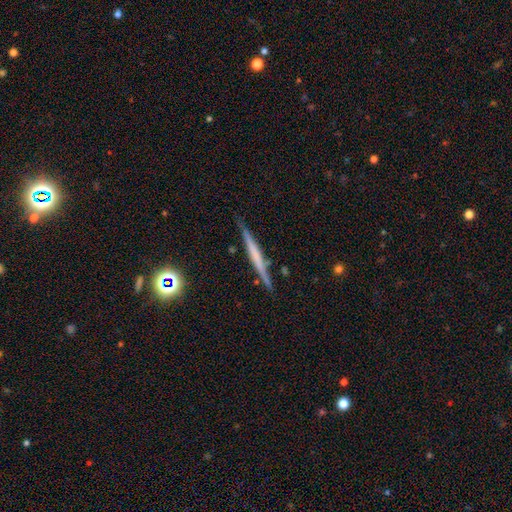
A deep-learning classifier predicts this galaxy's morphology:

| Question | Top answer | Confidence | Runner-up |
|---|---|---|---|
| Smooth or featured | featured or disk | 55% | smooth (36%) |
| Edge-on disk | yes | 97% | no (3%) |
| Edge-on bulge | none | 72% | rounded (14%) |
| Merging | none | 86% | minor disturbance (10%) |